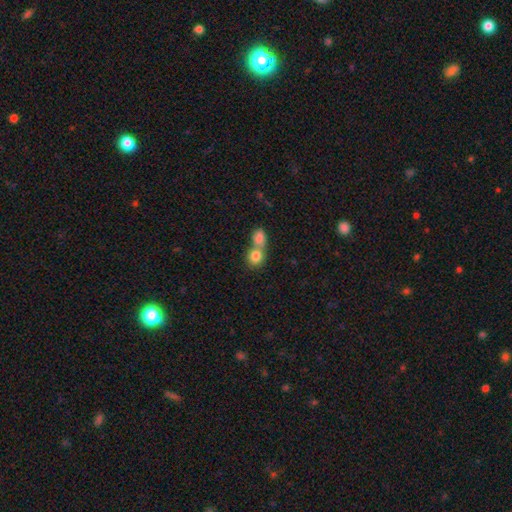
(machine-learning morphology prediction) Overall: smooth (82%). How rounded: round (72%). Merging: merger (62%; none 30%).